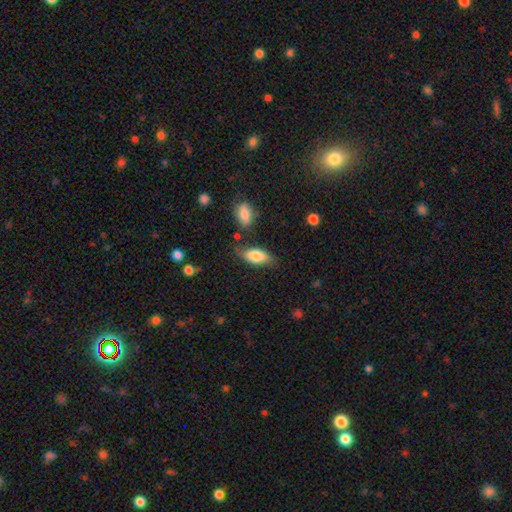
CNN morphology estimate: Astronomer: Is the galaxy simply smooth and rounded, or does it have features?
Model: smooth — 78%.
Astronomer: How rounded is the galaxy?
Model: in between — 87%.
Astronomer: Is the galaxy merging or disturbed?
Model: none — 68%.